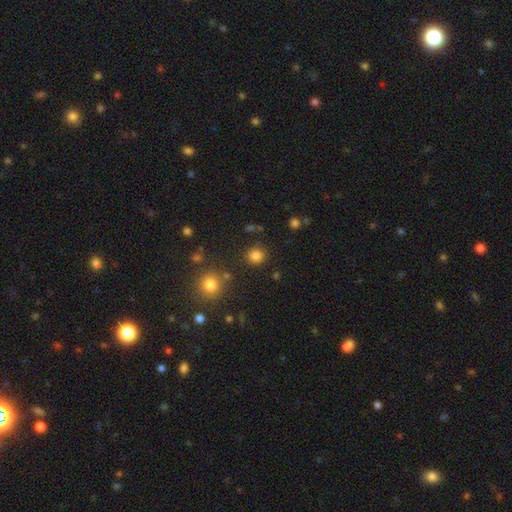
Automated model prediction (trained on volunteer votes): Smooth or featured?
  - smooth: 82% *
  - star or artifact: 14%
  - featured or disk: 4%
How rounded?
  - round: 89% *
  - in between: 10%
  - cigar-shaped: 1%
Merging?
  - none: 86% *
  - minor disturbance: 7%
  - merger: 4%
  - major disturbance: 3%